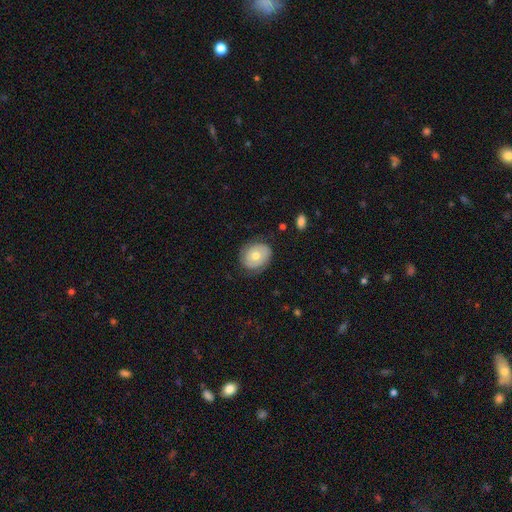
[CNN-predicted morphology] smooth 52%, featured or disk 41%, star or artifact 7%. Down the decision tree: how rounded — round (61%); merging — none (74%).